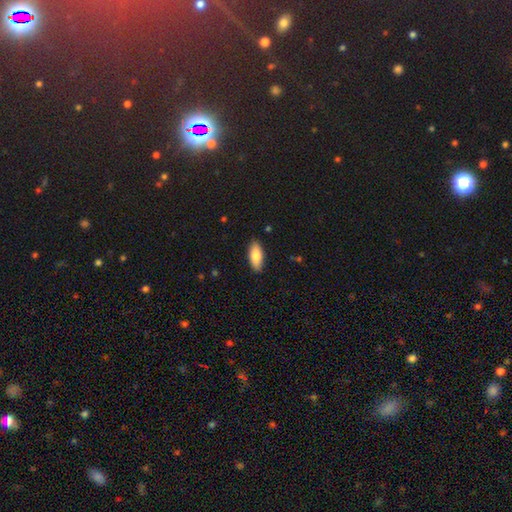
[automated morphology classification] smooth 82%, featured or disk 12%, star or artifact 6%. Down the decision tree: how rounded — in between (83%); merging — none (89%).